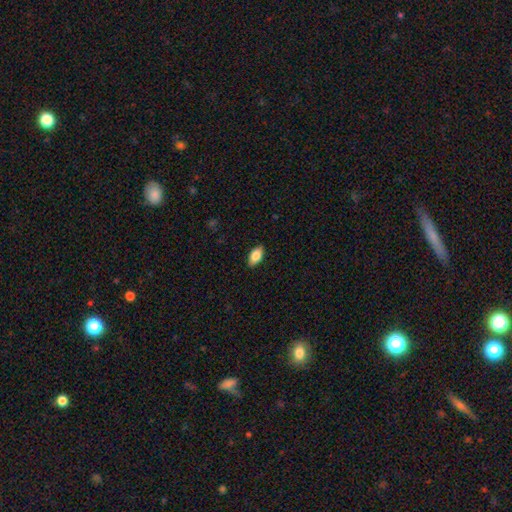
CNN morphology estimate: A smooth galaxy with no disk features (83%) that is in between round and cigar-shaped (92%). Merging: none (89%).